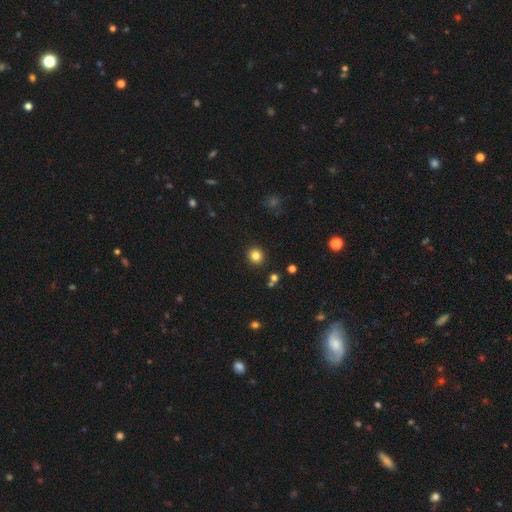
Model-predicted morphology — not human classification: Overall: smooth (82%). How rounded: round (89%). Merging: none (90%).